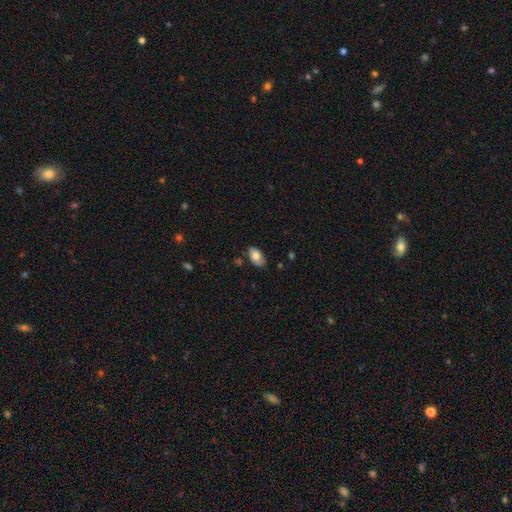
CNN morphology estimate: This appears to be a smooth galaxy with no disk features (70%) that is in between round and cigar-shaped (92%). Merging: none (73%).